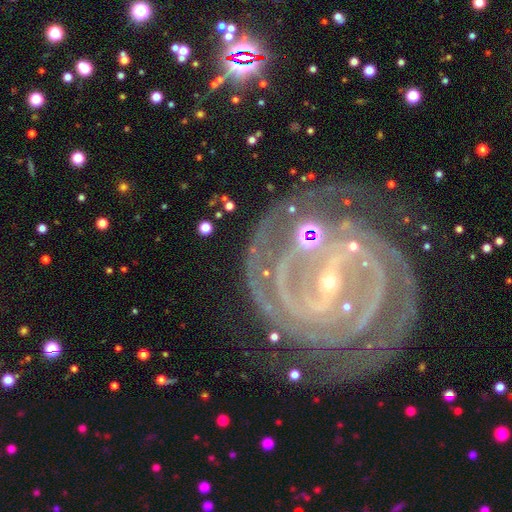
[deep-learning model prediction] smooth-or-featured: featured or disk: 91% | star or artifact: 6% | smooth: 3%
  disk-edge-on: no: 97% | yes: 3%
    bar: strong: 58% | weak: 28% | no: 14%
    has-spiral-arms: yes: 98% | no: 2%
      spiral-winding: tight: 73% | medium: 24% | loose: 4%
      spiral-arm-count: 2: 40% | 3: 19% | 4: 14% | can't tell: 12% | more than 4: 8% | 1: 7%
    bulge-size: small: 83% | moderate: 13% | none: 2% | large: 1% | dominant: 1%
  merging: none: 68% | minor disturbance: 15% | merger: 10% | major disturbance: 7%